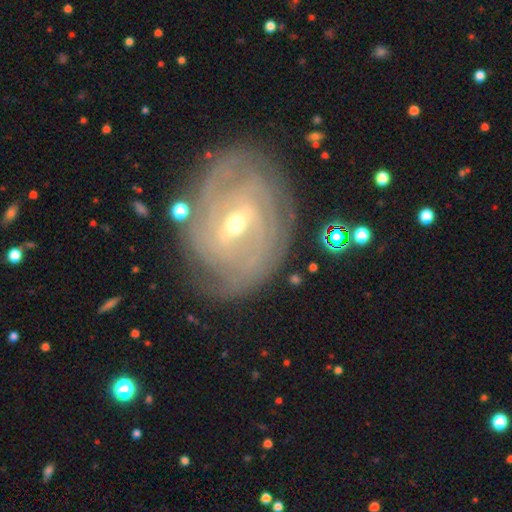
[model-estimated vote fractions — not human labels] Morphology: type=featured or disk (87%); edge-on=no (96%); bar=weak (52%); spiral arms=yes (95%); winding=tight (77%); arm count=can't tell (35%); bulge=moderate (49%); merging=none (80%).